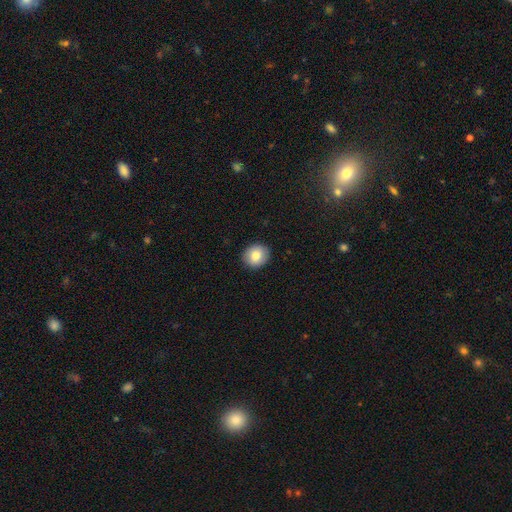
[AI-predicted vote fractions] smooth-or-featured: smooth: 80% | featured or disk: 12% | star or artifact: 8%
  how-rounded: round: 74% | in between: 25% | cigar-shaped: 1%
  merging: none: 90% | minor disturbance: 7% | major disturbance: 2% | merger: 1%